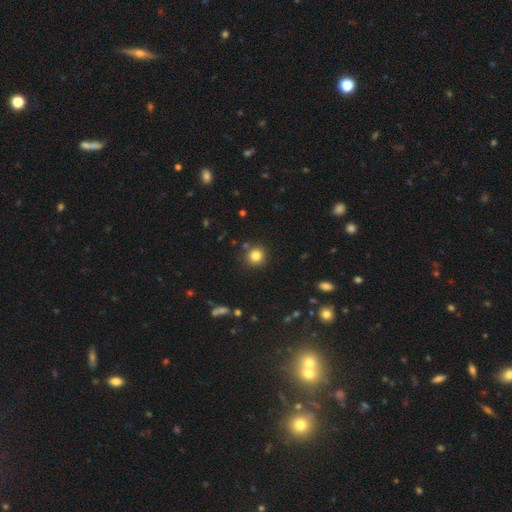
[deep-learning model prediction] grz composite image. It shows a smooth galaxy with no disk features (82%) that is round (92%). Merging: none (87%).